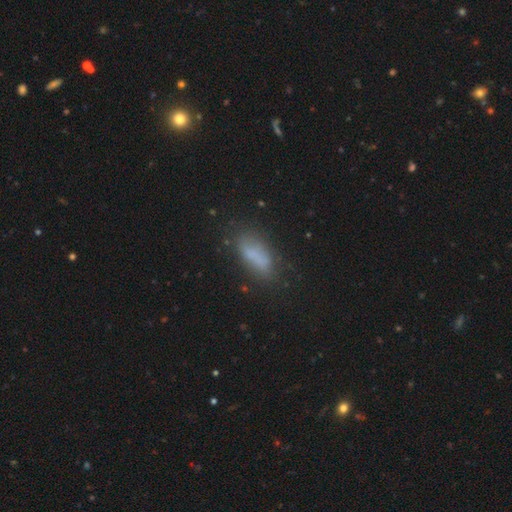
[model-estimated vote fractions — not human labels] A smooth galaxy with no disk features (69%) that is in between round and cigar-shaped (70%).

Vote fractions:
- Smooth or featured? smooth: 69% / featured or disk: 20% / star or artifact: 11%
- How rounded? in between: 70% / cigar-shaped: 27% / round: 3%
- Merging? none: 63% / minor disturbance: 22% / major disturbance: 10% / merger: 5%